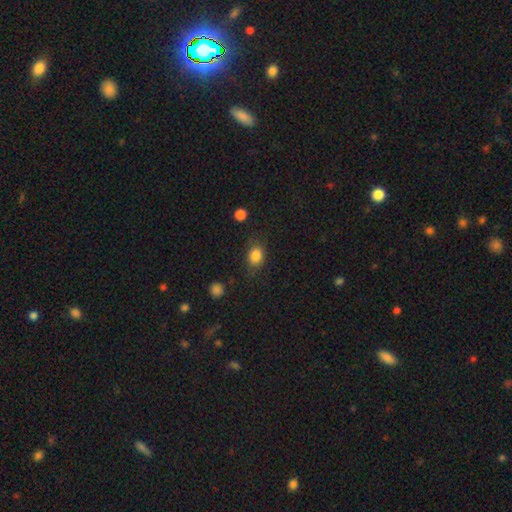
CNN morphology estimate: A smooth galaxy with no disk features (84%) that is in between round and cigar-shaped (54%).

Vote fractions:
- Smooth or featured? smooth: 84% / star or artifact: 10% / featured or disk: 6%
- How rounded? in between: 54% / round: 45% / cigar-shaped: 1%
- Merging? none: 76% / minor disturbance: 17% / major disturbance: 6% / merger: 2%